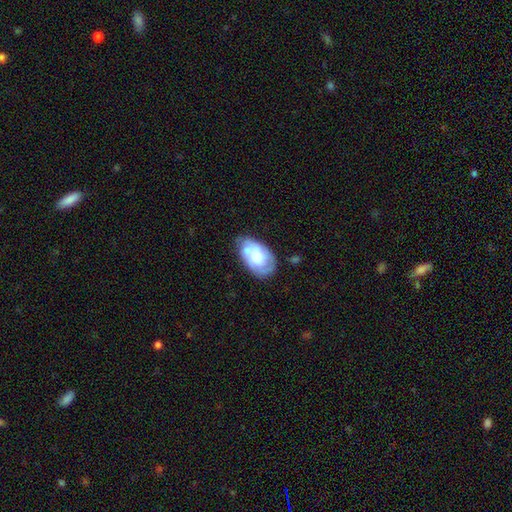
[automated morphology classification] Smooth or featured?
  - smooth: 48% *
  - featured or disk: 45%
  - star or artifact: 7%
Merging?
  - none: 53% *
  - minor disturbance: 30%
  - major disturbance: 9%
  - merger: 8%